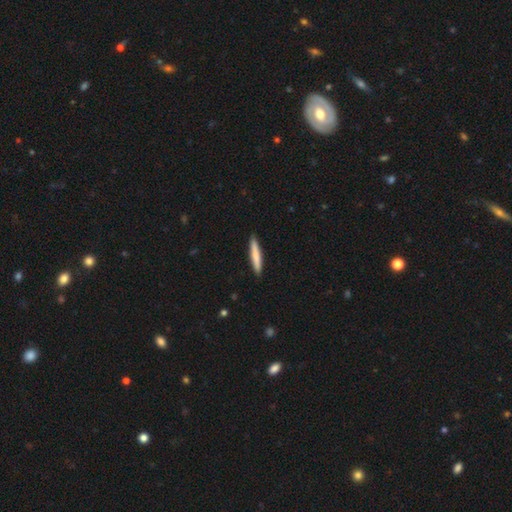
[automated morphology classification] Smooth or featured? smooth (75%)
How rounded? cigar-shaped (94%)
Merging? none (91%)